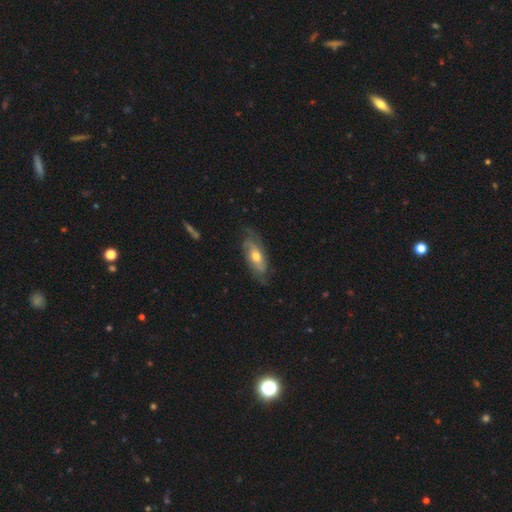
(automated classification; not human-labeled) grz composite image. It shows a featured or disk galaxy (63%) with no bar (68%), spiral arms (81%) and a moderate central bulge (72%). Merging: none (67%).